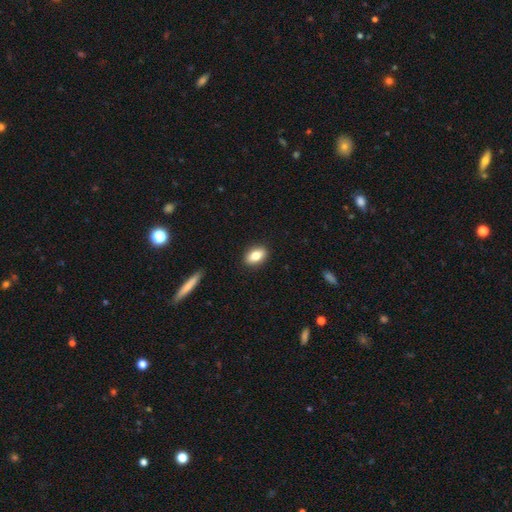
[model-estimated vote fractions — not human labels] Smooth or featured: smooth — 77% (featured or disk — 15%)
How rounded: in between — 82% (round — 14%)
Merging: none — 90% (minor disturbance — 8%)